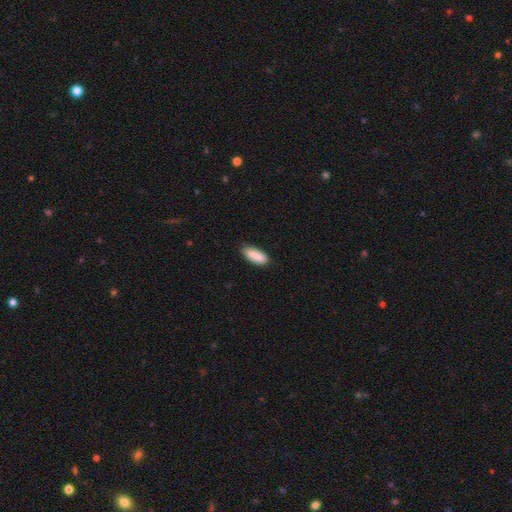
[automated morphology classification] smooth_or_featured: smooth (p=0.90) [alt: star or artifact p=0.06]
how_rounded: in between (p=0.75) [alt: cigar-shaped p=0.24]
merging: none (p=0.85) [alt: minor disturbance p=0.12]